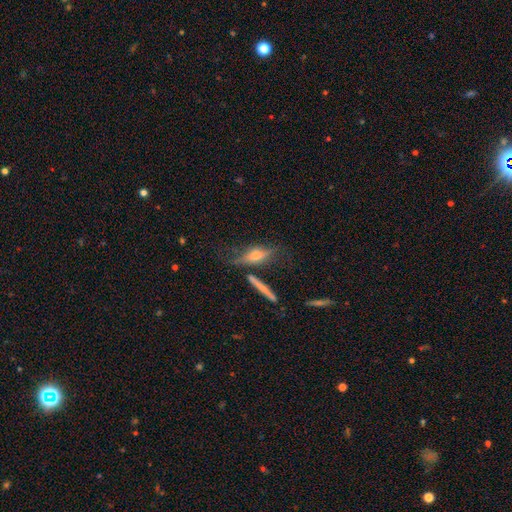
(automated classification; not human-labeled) Q: Smooth or featured?
A: featured or disk (50%); runner-up: smooth (40%)
Q: Merging?
A: none (49%); runner-up: minor disturbance (21%)